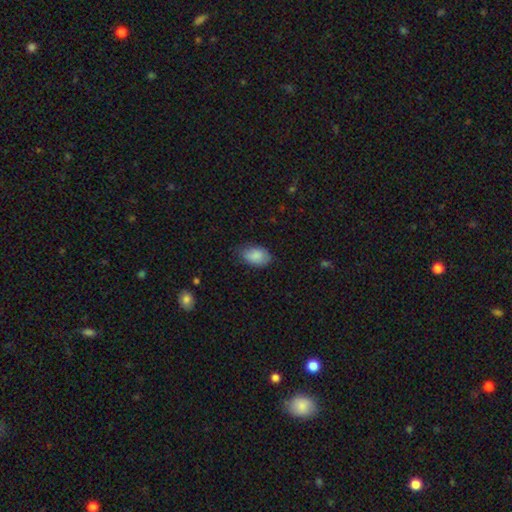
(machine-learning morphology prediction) Smooth or featured?
  - smooth: 87% *
  - star or artifact: 7%
  - featured or disk: 6%
How rounded?
  - in between: 89% *
  - round: 9%
  - cigar-shaped: 1%
Merging?
  - none: 72% *
  - minor disturbance: 23%
  - major disturbance: 4%
  - merger: 1%